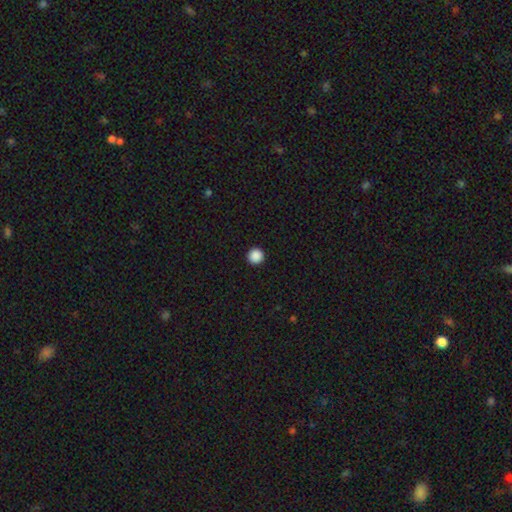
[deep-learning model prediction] The model was most divided on "smooth or featured": smooth: 88%, star or artifact: 10%, featured or disk: 2%. More confident: how rounded — round (96%); merging — none (94%).